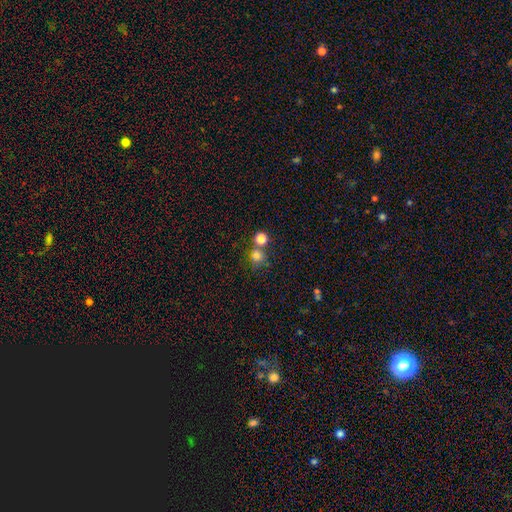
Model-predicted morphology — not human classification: Overall: smooth (78%). How rounded: round (88%). Merging: none (59%; merger 29%).